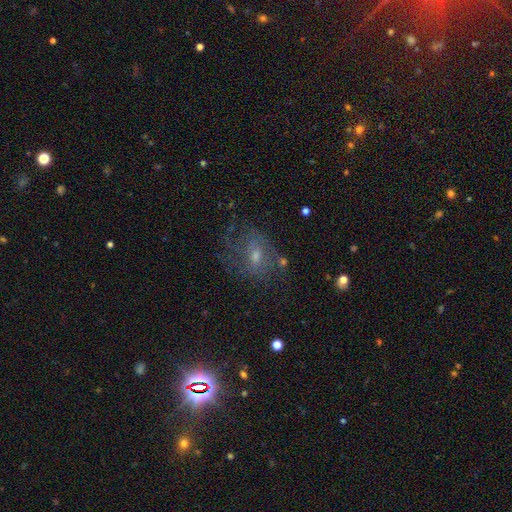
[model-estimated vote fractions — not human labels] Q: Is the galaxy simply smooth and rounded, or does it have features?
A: featured or disk — 46%.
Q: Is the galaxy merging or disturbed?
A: none — 60%.